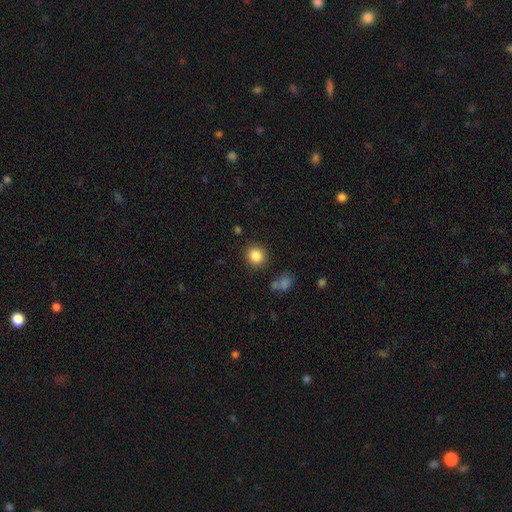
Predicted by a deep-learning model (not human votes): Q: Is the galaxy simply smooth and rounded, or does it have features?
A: smooth — 85%.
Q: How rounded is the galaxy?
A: round — 85%.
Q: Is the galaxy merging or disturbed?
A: none — 86%.